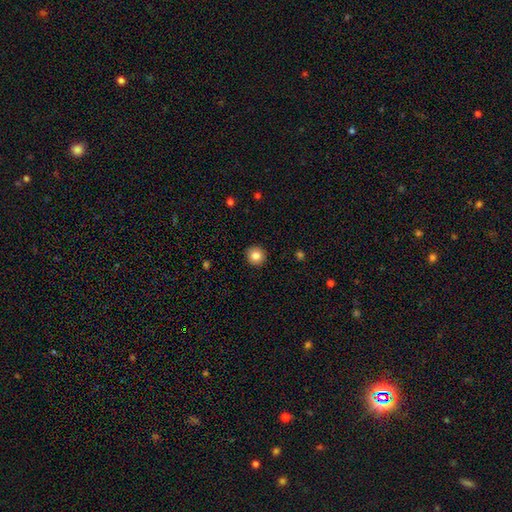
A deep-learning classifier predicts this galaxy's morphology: The model was most divided on "smooth or featured": smooth: 83%, star or artifact: 10%, featured or disk: 7%. More confident: how rounded — round (95%); merging — none (93%).